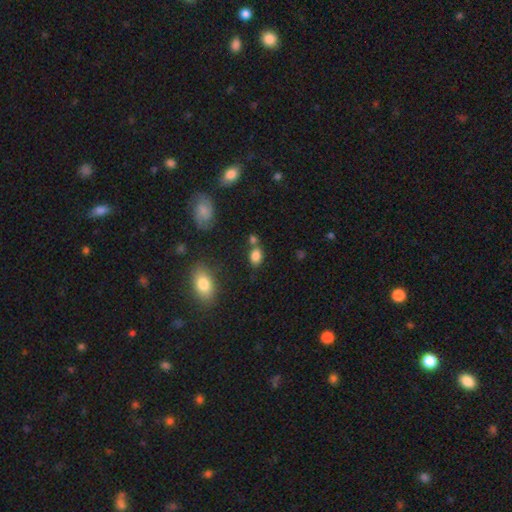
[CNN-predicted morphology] Smooth or featured?
  - smooth: 83% *
  - star or artifact: 10%
  - featured or disk: 6%
How rounded?
  - in between: 74% *
  - round: 24%
  - cigar-shaped: 2%
Merging?
  - none: 62% *
  - merger: 19%
  - minor disturbance: 15%
  - major disturbance: 5%